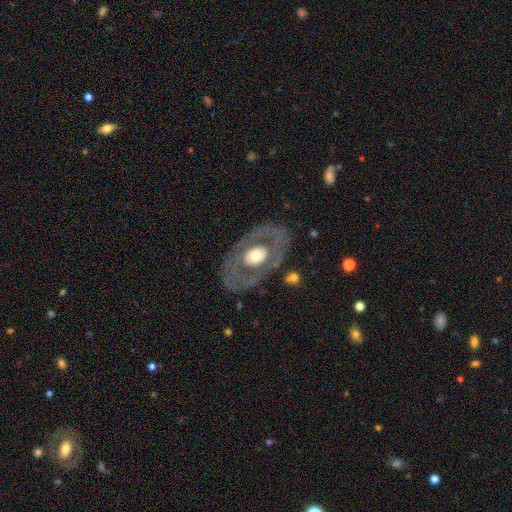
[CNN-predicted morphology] Smooth or featured? Predicted: featured or disk (p=0.62). Edge-on disk? Predicted: no (p=0.91). Bar? Predicted: no (p=0.86). Spiral arms? Predicted: no (p=0.84). Bulge size? Predicted: moderate (p=0.54). Merging? Predicted: none (p=0.79).